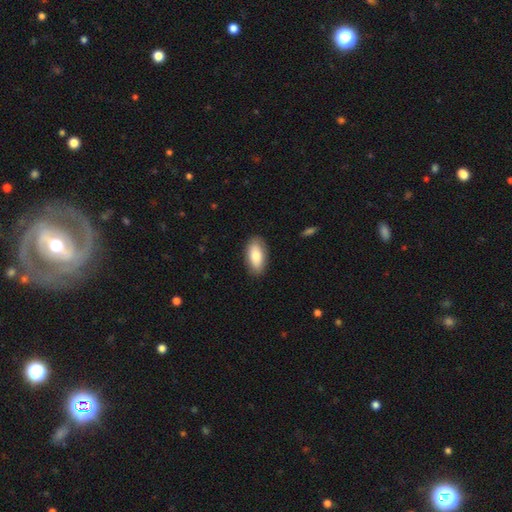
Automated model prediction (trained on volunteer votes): Smooth or featured?
  - smooth: 81% *
  - featured or disk: 13%
  - star or artifact: 6%
How rounded?
  - in between: 90% *
  - cigar-shaped: 7%
  - round: 3%
Merging?
  - none: 87% *
  - minor disturbance: 10%
  - major disturbance: 2%
  - merger: 1%